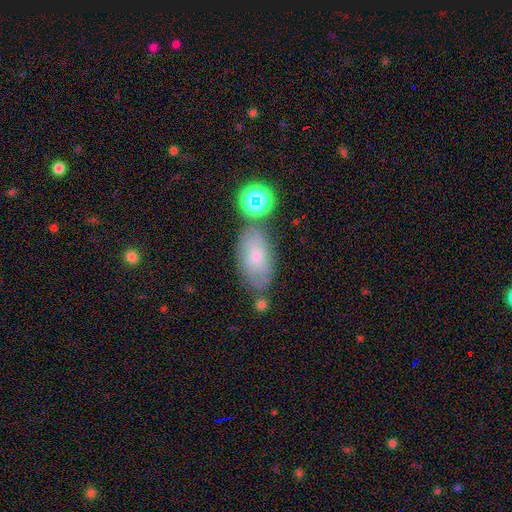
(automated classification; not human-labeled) smooth 52%, featured or disk 33%, star or artifact 15%. Down the decision tree: how rounded — in between (89%); merging — none (62%).